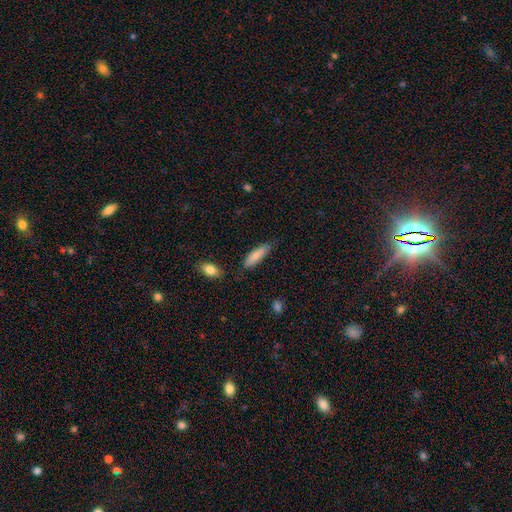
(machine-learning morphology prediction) This appears to be a smooth galaxy with no disk features (80%) that is cigar-shaped (63%). Merging: none (75%).